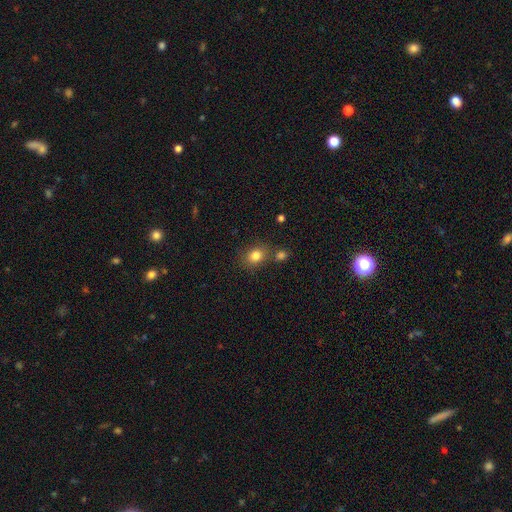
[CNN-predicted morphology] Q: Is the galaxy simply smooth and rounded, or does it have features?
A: smooth — 82%.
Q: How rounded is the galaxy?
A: round — 57%.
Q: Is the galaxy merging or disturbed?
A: none — 70%.